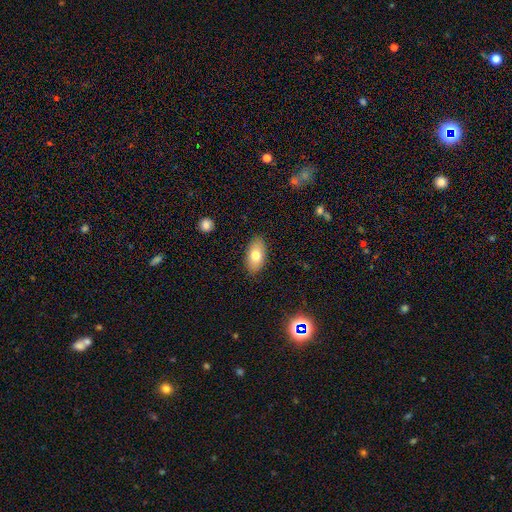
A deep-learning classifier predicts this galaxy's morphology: type=smooth (75%); roundness=in between (93%); merging=none (86%).